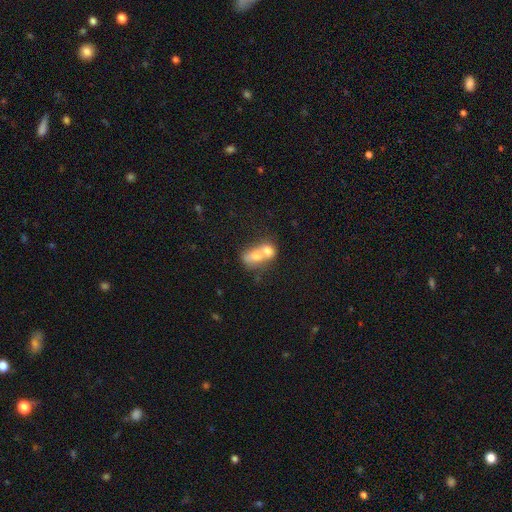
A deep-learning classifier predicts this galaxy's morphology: Smooth or featured? smooth (66%)
How rounded? in between (63%)
Merging? merger (76%)